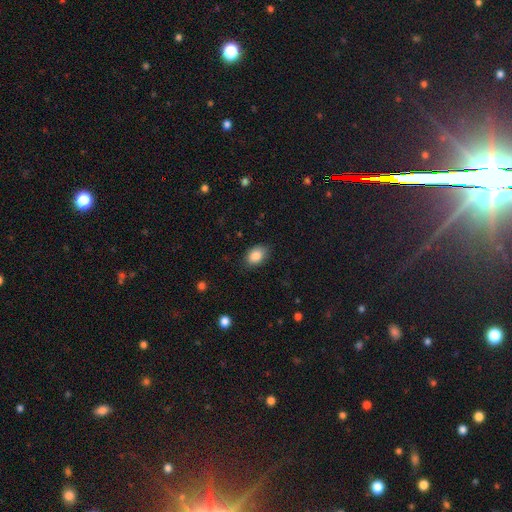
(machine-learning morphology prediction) Smooth or featured? smooth (87%)
How rounded? in between (83%)
Merging? none (82%)